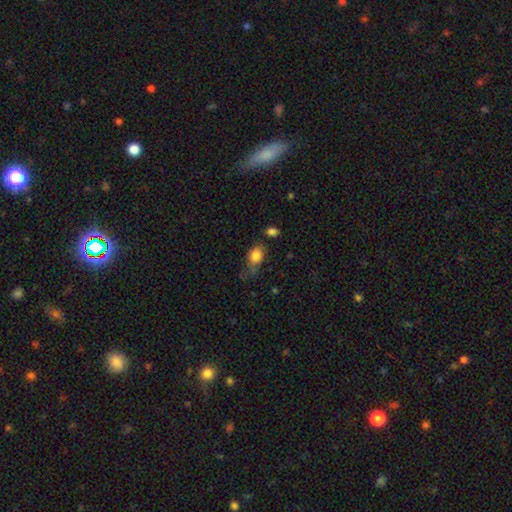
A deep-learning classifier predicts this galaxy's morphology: A smooth galaxy with no disk features (82%) that is in between round and cigar-shaped (78%). Merging: none (43%).